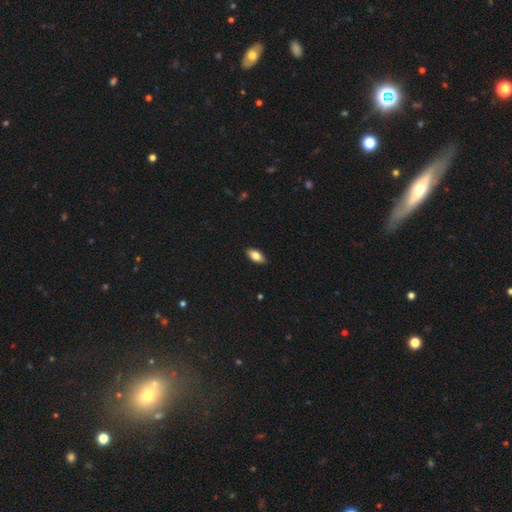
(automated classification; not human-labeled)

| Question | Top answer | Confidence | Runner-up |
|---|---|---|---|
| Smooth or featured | smooth | 79% | featured or disk (15%) |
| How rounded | in between | 88% | cigar-shaped (9%) |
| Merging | none | 90% | minor disturbance (8%) |